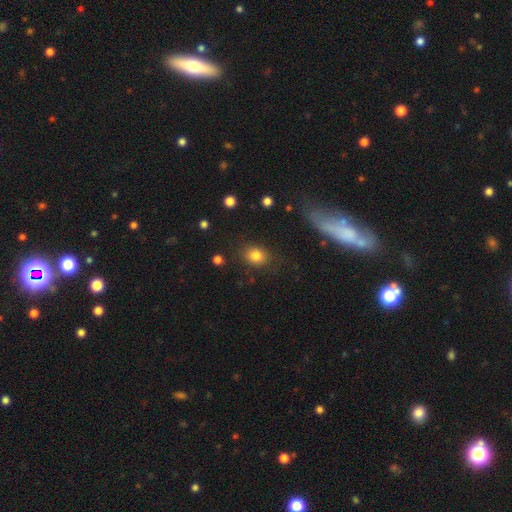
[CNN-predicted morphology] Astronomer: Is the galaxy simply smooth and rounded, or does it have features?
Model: smooth — 82%.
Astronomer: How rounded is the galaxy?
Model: round — 51% (runner-up: in between, 48%).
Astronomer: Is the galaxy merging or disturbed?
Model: none — 81%.